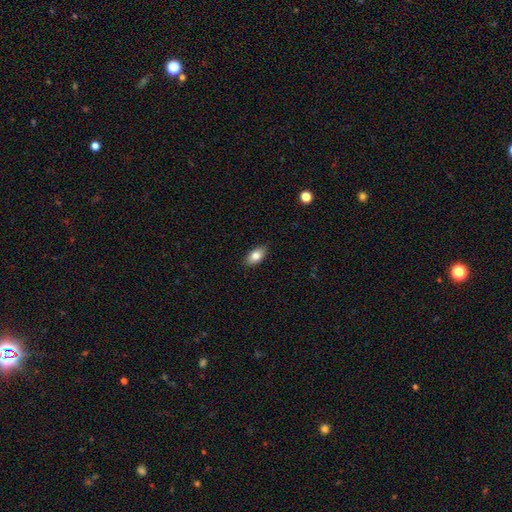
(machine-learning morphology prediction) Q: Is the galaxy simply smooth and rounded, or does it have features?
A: smooth — 81%.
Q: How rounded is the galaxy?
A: in between — 90%.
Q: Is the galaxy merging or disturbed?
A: none — 87%.